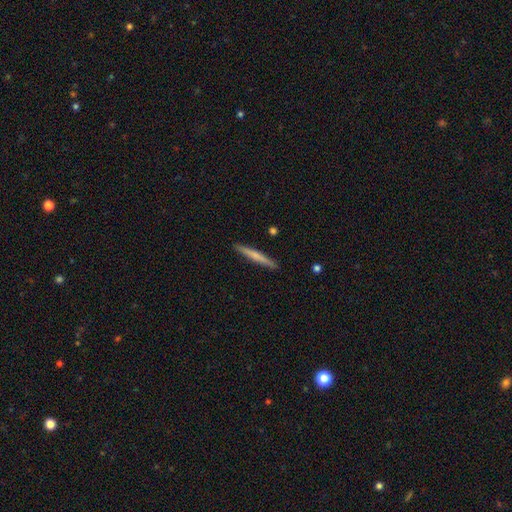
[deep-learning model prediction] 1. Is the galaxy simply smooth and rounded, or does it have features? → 62% smooth, 33% featured or disk, 5% star or artifact.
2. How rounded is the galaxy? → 96% cigar-shaped, 3% in between, 1% round.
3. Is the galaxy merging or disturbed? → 91% none, 6% minor disturbance, 1% major disturbance, 1% merger.